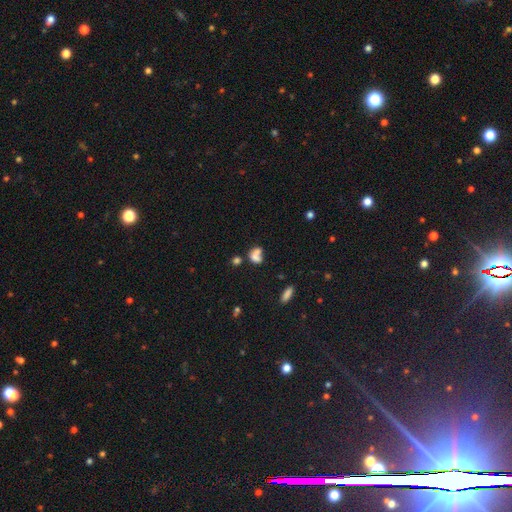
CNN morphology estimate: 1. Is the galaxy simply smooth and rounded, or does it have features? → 69% smooth, 18% featured or disk, 13% star or artifact.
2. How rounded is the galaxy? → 64% in between, 33% round, 3% cigar-shaped.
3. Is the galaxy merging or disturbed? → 48% merger, 26% none, 13% minor disturbance, 12% major disturbance.